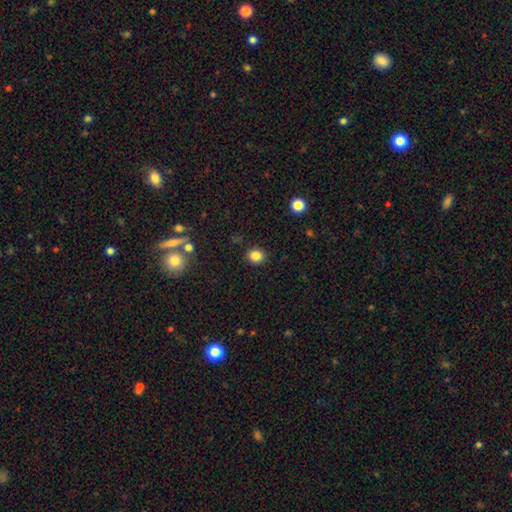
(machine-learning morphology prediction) type=smooth (83%); roundness=round (75%); merging=none (90%).